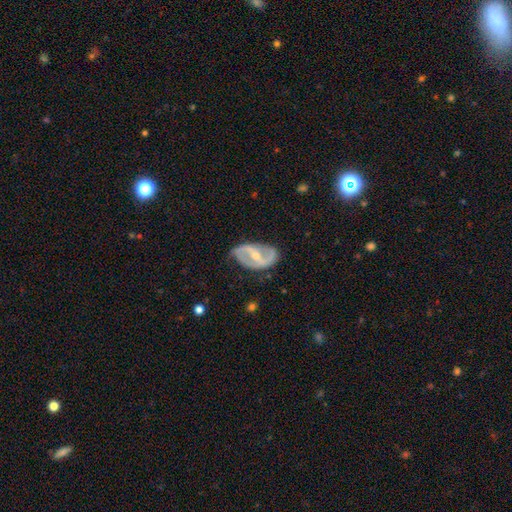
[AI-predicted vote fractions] This appears to be a featured or disk galaxy (82%) with a strong bar (46%), 2 (86%) medium (42%) spiral arms (85%) and a small central bulge (50%). Merging: none (69%).